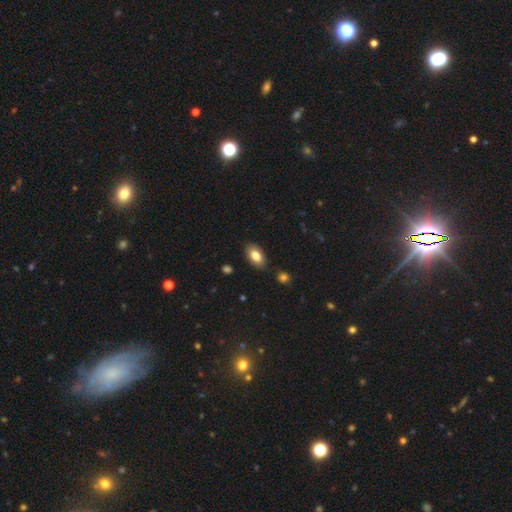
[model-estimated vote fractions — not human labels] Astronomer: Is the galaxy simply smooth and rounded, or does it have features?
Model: smooth — 82%.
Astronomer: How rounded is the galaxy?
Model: in between — 93%.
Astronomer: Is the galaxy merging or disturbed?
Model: none — 85%.